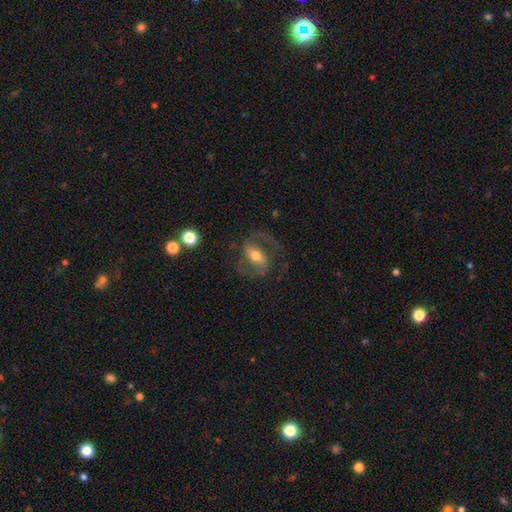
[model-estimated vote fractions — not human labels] This is likely a featured or disk galaxy (79%). It is clearly not viewed edge-on (96%). Bar: marginally strong (45%). Spiral arm pattern: clearly yes (91%). Spiral arm count: clearly 2 (90%). Spiral winding: possibly medium (57%). Central bulge: likely moderate (69%). Merging: likely none (70%).